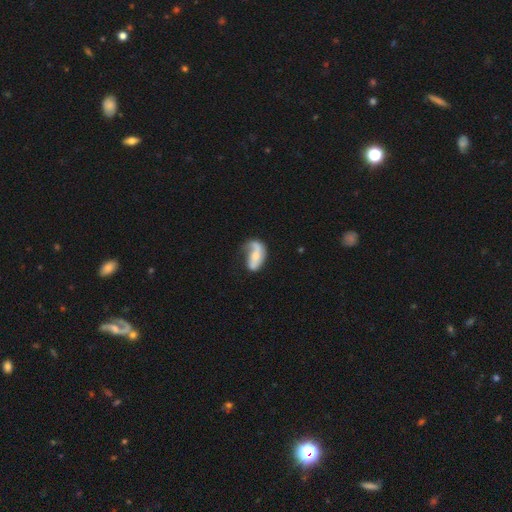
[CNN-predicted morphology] A featured or disk galaxy (57%) with no bar (55%), spiral arms (72%) and a small central bulge (47%).

Vote fractions:
- Smooth or featured? featured or disk: 57% / smooth: 37% / star or artifact: 6%
- Edge-on disk? no: 93% / yes: 7%
- Bar? no: 55% / weak: 26% / strong: 19%
- Spiral arms? yes: 72% / no: 28%
- Bulge size? small: 47% / moderate: 44% / none: 4% / large: 3% / dominant: 1%
- Merging? none: 34% / minor disturbance: 30% / major disturbance: 30% / merger: 5%